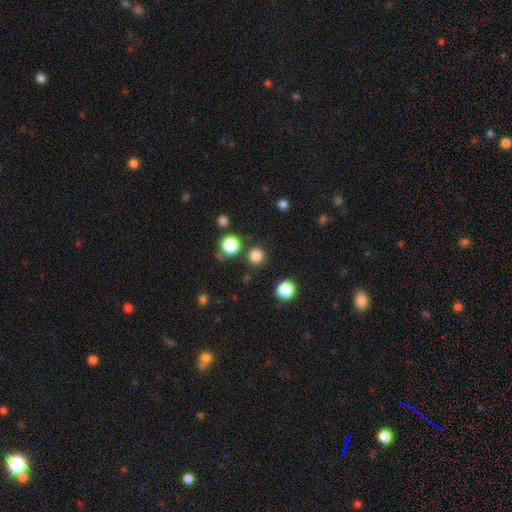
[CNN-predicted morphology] Smooth or featured: smooth — 81% (star or artifact — 15%)
How rounded: round — 95% (in between — 4%)
Merging: none — 87% (minor disturbance — 6%)